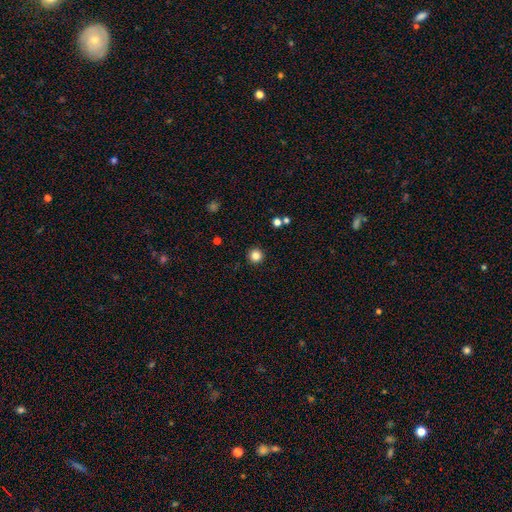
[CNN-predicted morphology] Overall: smooth (84%). How rounded: round (96%). Merging: none (93%).